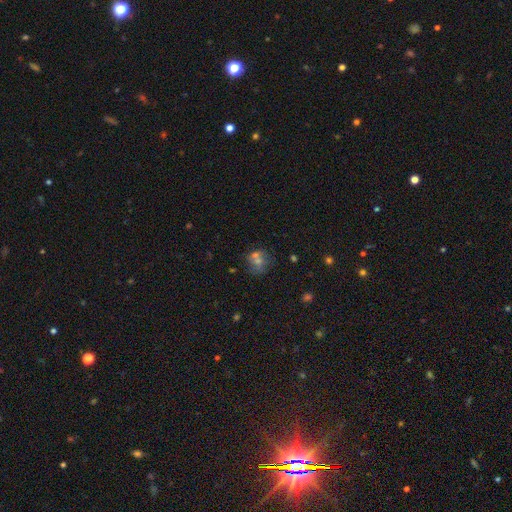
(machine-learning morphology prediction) Smooth or featured? Predicted: smooth (p=0.51). How rounded? Predicted: round (p=0.77). Merging? Predicted: none (p=0.54).